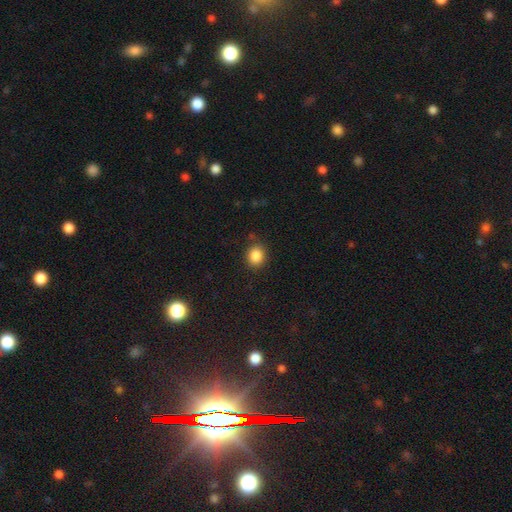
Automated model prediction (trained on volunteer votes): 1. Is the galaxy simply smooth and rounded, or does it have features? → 86% smooth, 10% star or artifact, 4% featured or disk.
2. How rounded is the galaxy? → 67% round, 32% in between, 1% cigar-shaped.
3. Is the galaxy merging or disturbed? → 84% none, 11% minor disturbance, 3% major disturbance, 2% merger.